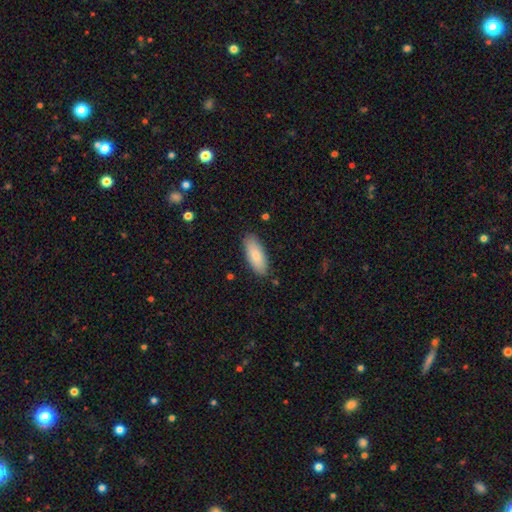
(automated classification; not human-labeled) This is clearly a smooth galaxy (82%). How rounded: clearly in between (81%). Merging: clearly none (86%).